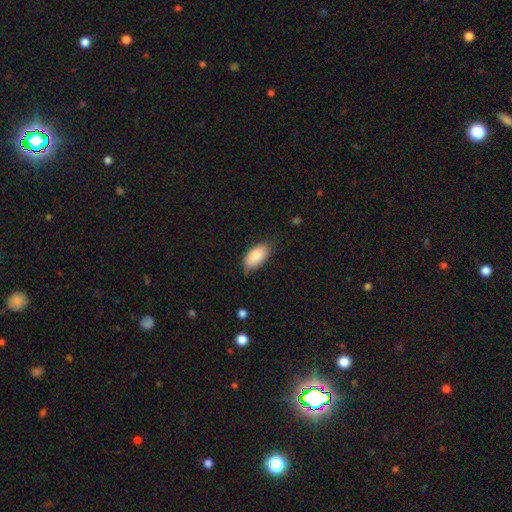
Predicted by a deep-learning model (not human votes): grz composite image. It shows a smooth galaxy with no disk features (86%) that is in between round and cigar-shaped (93%). Merging: none (65%).